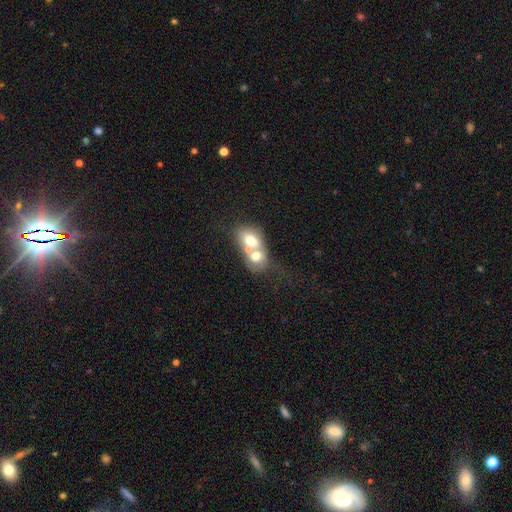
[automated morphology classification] type=smooth (61%); roundness=in between (65%); merging=merger (75%).